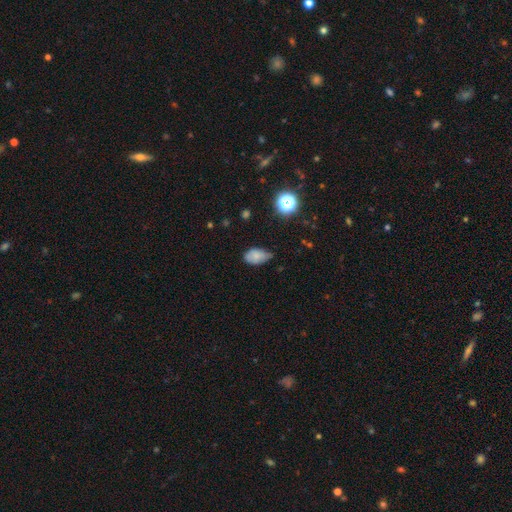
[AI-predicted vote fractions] smooth_or_featured: smooth (p=0.78) [alt: featured or disk p=0.11]
how_rounded: in between (p=0.88) [alt: round p=0.10]
merging: none (p=0.47) [alt: minor disturbance p=0.43]